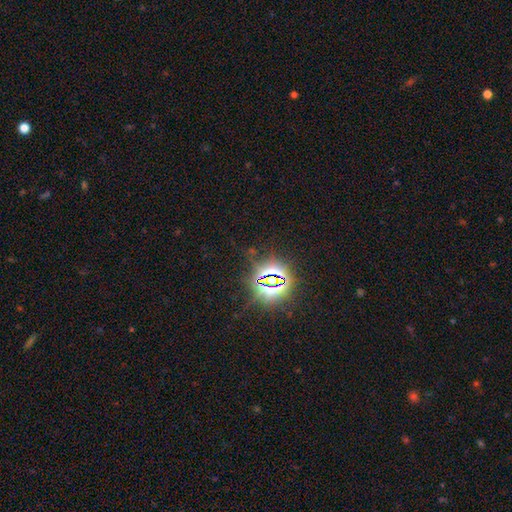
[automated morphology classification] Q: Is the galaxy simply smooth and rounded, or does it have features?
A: star or artifact — 82%.